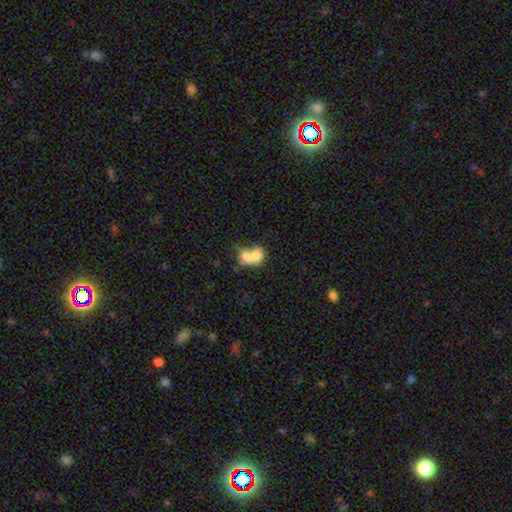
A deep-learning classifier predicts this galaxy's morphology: This is likely a smooth galaxy (70%). How rounded: possibly in between (54%). Merging: likely merger (76%).